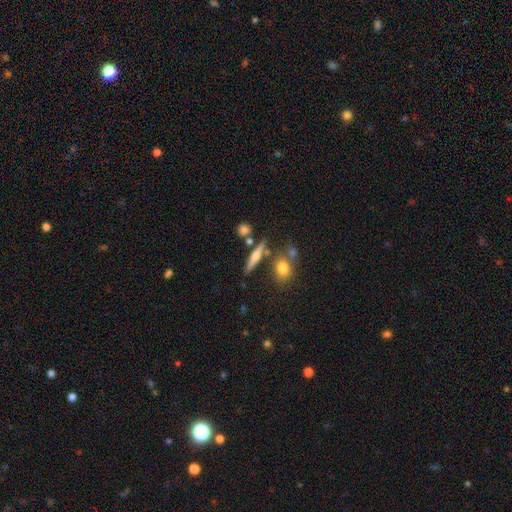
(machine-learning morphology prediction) smooth_or_featured: featured or disk (p=0.53) [alt: smooth p=0.38]
disk_edge_on: yes (p=0.93) [alt: no p=0.07]
merging: none (p=0.76) [alt: minor disturbance p=0.11]